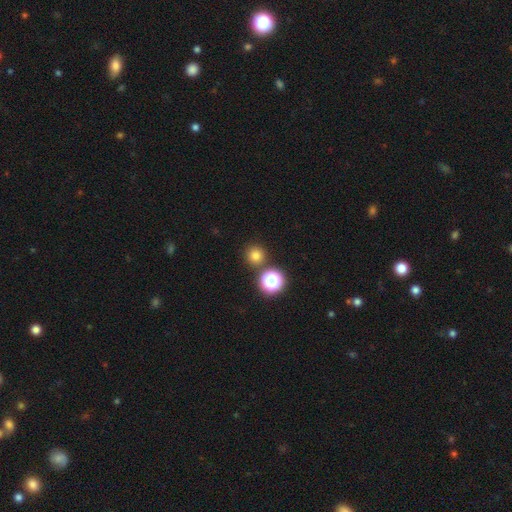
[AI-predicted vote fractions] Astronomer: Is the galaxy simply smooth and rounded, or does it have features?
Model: smooth — 75%.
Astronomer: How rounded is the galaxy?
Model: round — 95%.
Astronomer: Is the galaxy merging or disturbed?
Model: none — 84%.